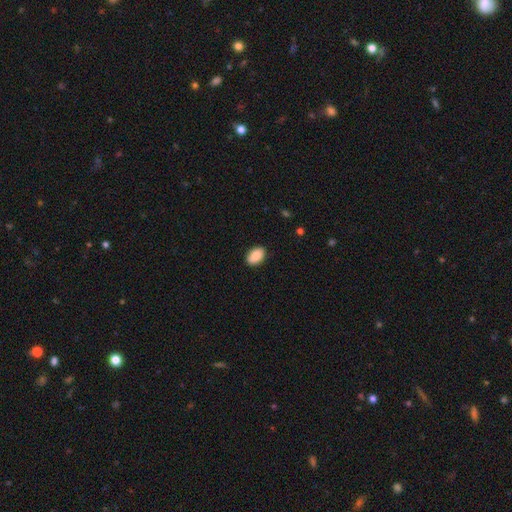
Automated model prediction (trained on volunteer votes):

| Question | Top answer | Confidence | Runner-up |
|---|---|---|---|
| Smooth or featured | smooth | 89% | star or artifact (7%) |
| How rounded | in between | 89% | round (10%) |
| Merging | none | 87% | minor disturbance (10%) |